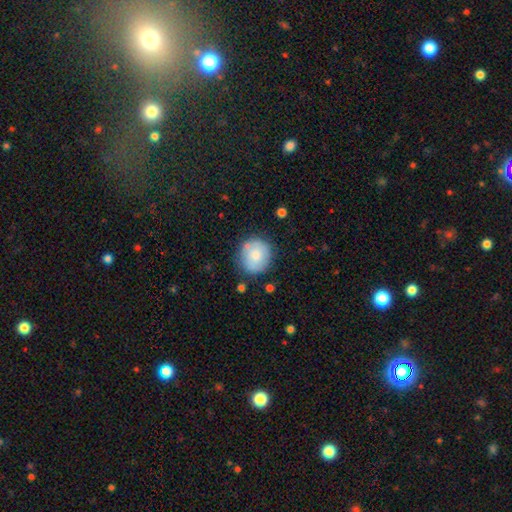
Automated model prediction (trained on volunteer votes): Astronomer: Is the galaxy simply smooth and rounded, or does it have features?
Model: smooth — 75%.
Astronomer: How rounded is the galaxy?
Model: round — 86%.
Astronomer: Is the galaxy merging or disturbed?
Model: none — 77%.